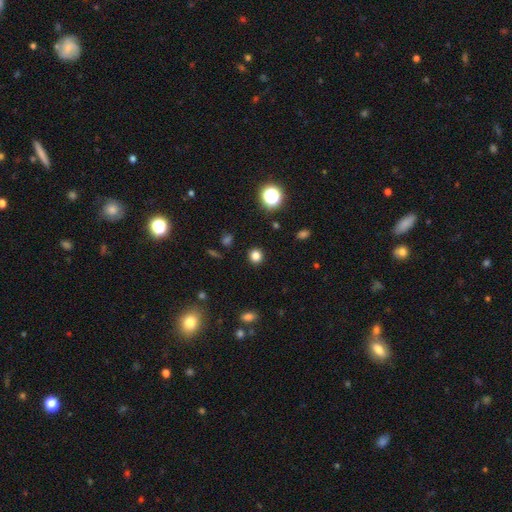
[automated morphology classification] Smooth or featured? smooth (80%)
How rounded? round (89%)
Merging? none (91%)